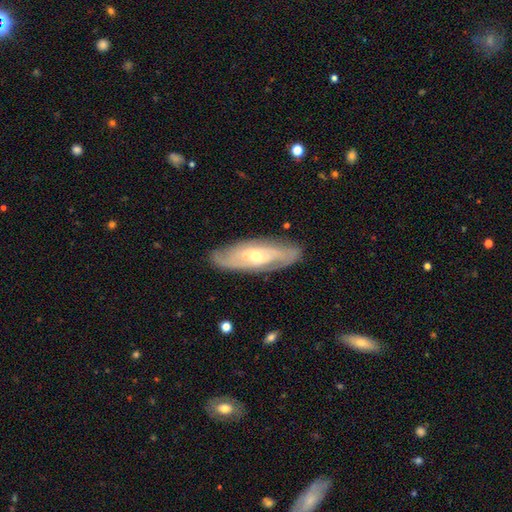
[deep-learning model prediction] Q: Smooth or featured?
A: featured or disk (74%); runner-up: smooth (20%)
Q: Edge-on disk?
A: no (79%); runner-up: yes (21%)
Q: Bar?
A: no (60%); runner-up: weak (31%)
Q: Spiral arms?
A: yes (81%); runner-up: no (19%)
Q: Bulge size?
A: moderate (52%); runner-up: small (44%)
Q: Merging?
A: none (82%); runner-up: minor disturbance (13%)